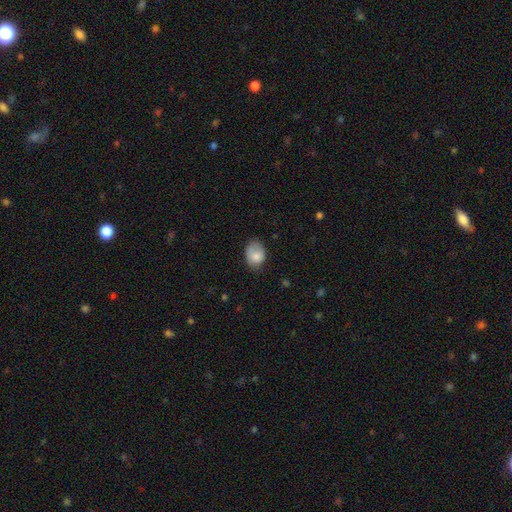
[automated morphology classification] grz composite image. It shows a smooth galaxy with no disk features (81%) that is in between round and cigar-shaped (67%). Merging: none (54%).